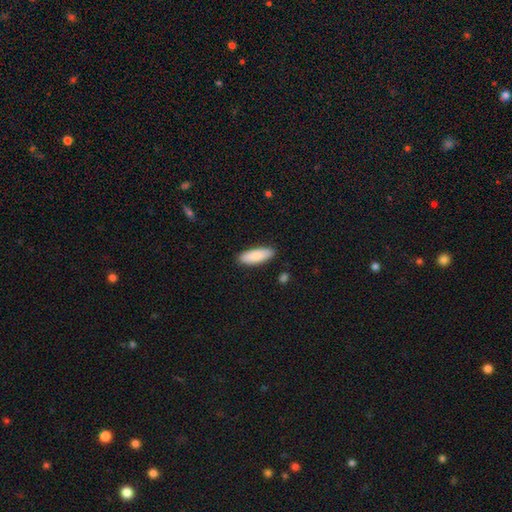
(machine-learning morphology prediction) A smooth galaxy with no disk features (88%) that is in between round and cigar-shaped (66%).

Vote fractions:
- Smooth or featured? smooth: 88% / featured or disk: 7% / star or artifact: 5%
- How rounded? in between: 66% / cigar-shaped: 33% / round: 2%
- Merging? none: 89% / minor disturbance: 8% / major disturbance: 2% / merger: 1%